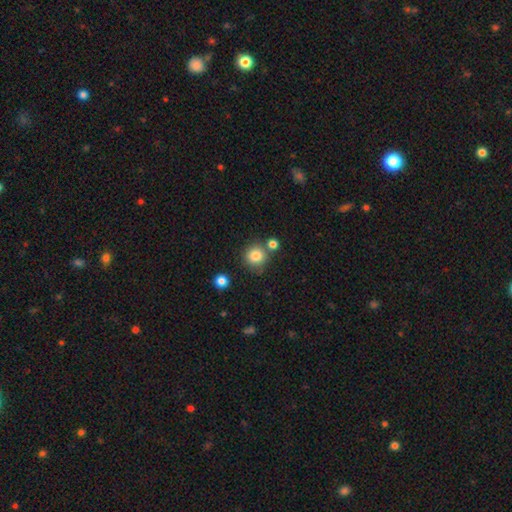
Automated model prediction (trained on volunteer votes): Morphology: type=smooth (83%); roundness=round (91%); merging=none (73%).